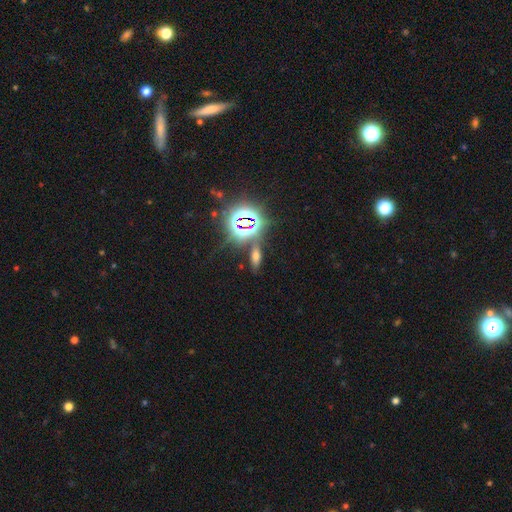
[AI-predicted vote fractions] This is marginally a smooth galaxy (45%). Merging: likely none (79%).